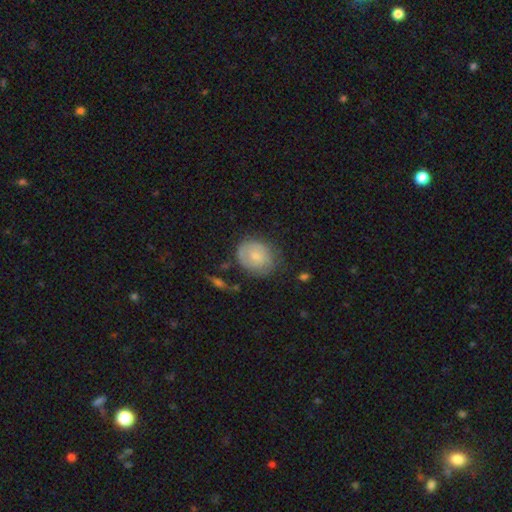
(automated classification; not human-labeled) Smooth or featured: smooth — 59% (featured or disk — 34%)
How rounded: round — 60% (in between — 39%)
Merging: none — 63% (minor disturbance — 26%)